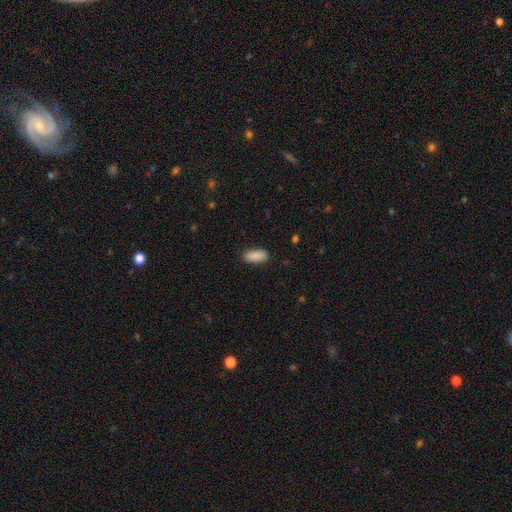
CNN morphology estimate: type=smooth (90%); roundness=in between (84%); merging=none (88%).